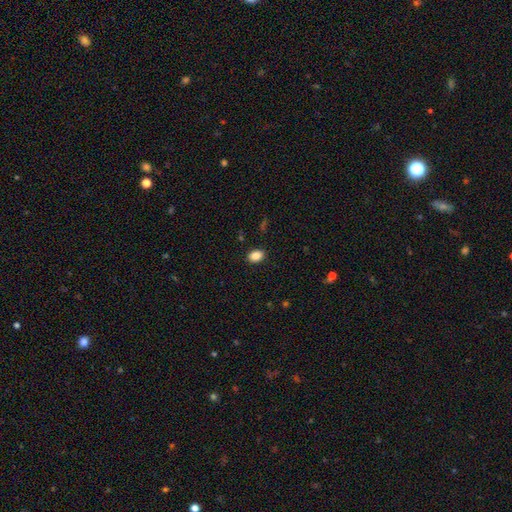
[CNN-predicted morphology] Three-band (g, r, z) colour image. It shows a smooth galaxy with no disk features (88%) that is in between round and cigar-shaped (78%). Merging: none (89%).